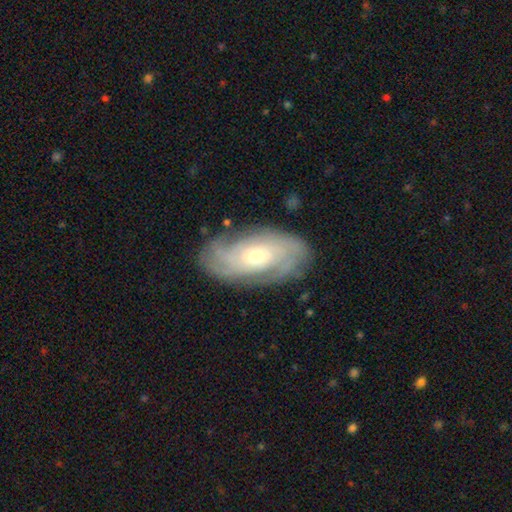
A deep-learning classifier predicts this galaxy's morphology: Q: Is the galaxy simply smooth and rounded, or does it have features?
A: featured or disk — 79%.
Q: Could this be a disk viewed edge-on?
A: no — 93%.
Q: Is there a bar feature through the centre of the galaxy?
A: no — 72%.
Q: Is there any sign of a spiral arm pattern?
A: yes — 92%.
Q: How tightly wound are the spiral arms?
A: tight — 69%.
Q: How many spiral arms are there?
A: can't tell — 41%.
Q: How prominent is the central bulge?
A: small — 49%.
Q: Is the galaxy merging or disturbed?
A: none — 80%.